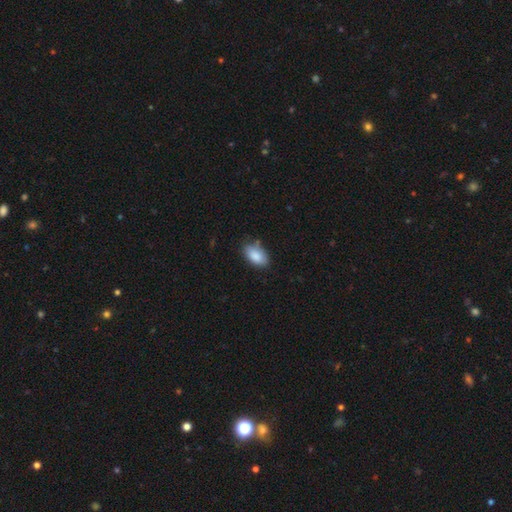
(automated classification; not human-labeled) A smooth galaxy with no disk features (87%) that is in between round and cigar-shaped (93%).

Vote fractions:
- Smooth or featured? smooth: 87% / star or artifact: 7% / featured or disk: 6%
- How rounded? in between: 93% / round: 4% / cigar-shaped: 2%
- Merging? none: 77% / minor disturbance: 17% / major disturbance: 3% / merger: 3%